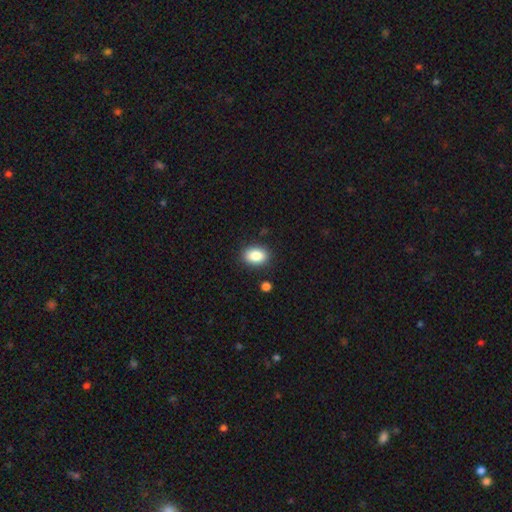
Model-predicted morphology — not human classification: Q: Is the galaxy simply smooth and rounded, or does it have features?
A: smooth — 87%.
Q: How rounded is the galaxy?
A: in between — 77%.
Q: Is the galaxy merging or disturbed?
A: none — 87%.